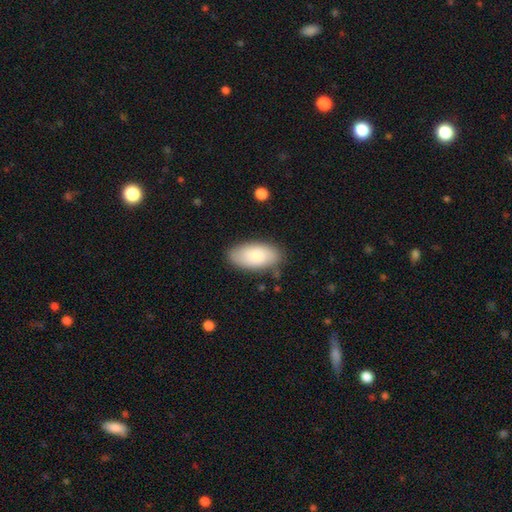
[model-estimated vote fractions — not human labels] smooth 79%, featured or disk 15%, star or artifact 6%. Down the decision tree: how rounded — in between (94%); merging — none (79%).